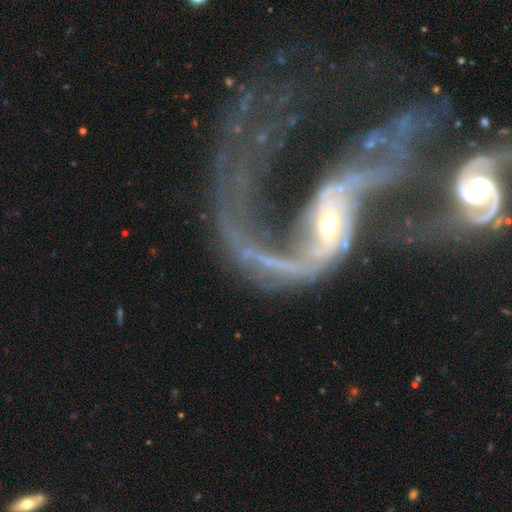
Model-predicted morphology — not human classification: This is clearly a featured or disk galaxy (88%). It is clearly not viewed edge-on (95%). Bar: marginally strong (36%). Spiral arm pattern: clearly yes (90%). Spiral arm count: clearly 2 (81%). Spiral winding: clearly loose (87%). Central bulge: possibly moderate (48%). Merging: marginally major disturbance (43%).